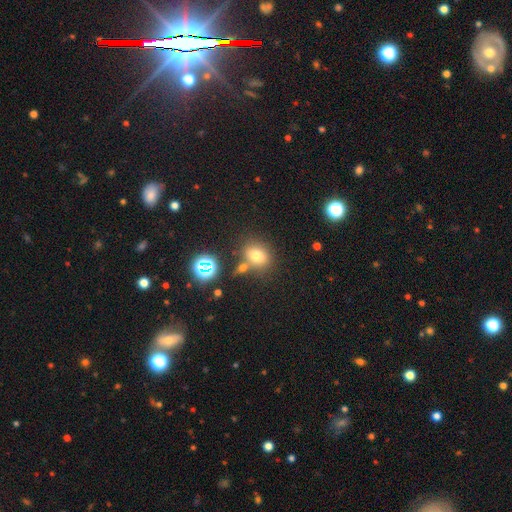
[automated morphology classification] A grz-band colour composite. It shows a smooth galaxy with no disk features (72%) that is in between round and cigar-shaped (50%). Merging: none (64%).